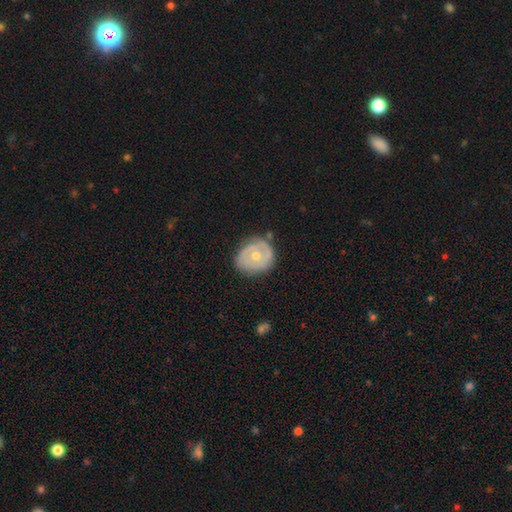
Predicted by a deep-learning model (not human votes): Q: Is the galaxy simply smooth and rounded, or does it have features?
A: featured or disk — 57%.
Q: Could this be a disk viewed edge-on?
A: no — 96%.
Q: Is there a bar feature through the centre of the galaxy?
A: no — 85%.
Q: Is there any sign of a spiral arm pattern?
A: no — 65%.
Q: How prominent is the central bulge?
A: moderate — 69%.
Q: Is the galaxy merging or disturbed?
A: none — 68%.